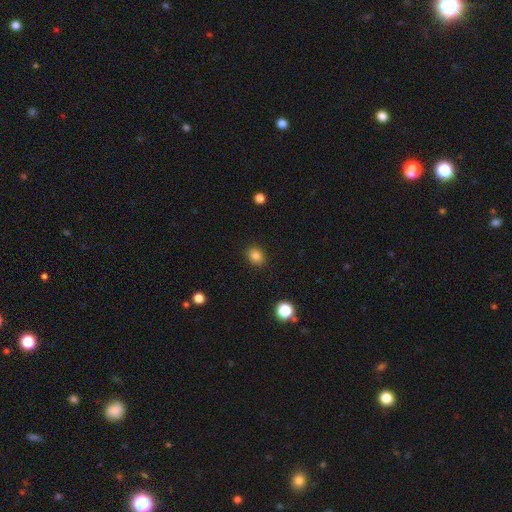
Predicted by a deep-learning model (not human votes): A smooth galaxy with no disk features (85%) that is in between round and cigar-shaped (51%). Merging: none (89%).